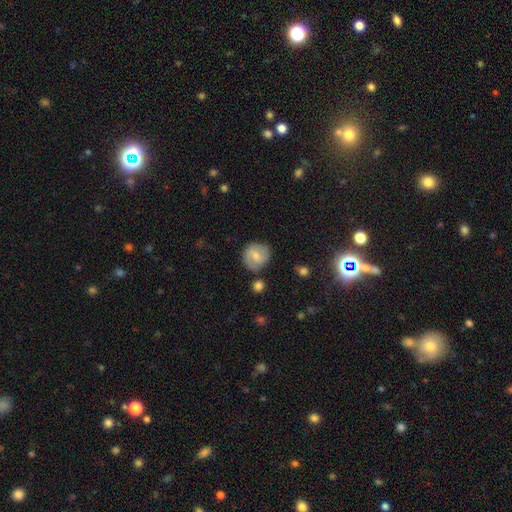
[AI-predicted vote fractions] Smooth or featured? smooth (52%)
How rounded? round (84%)
Merging? none (75%)